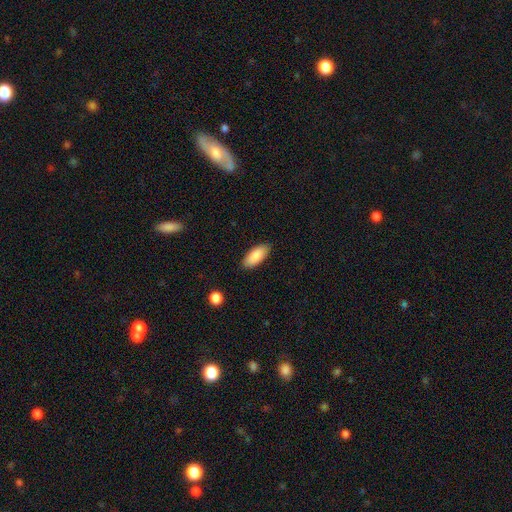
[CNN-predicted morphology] Smooth or featured? Predicted: smooth (p=0.88). How rounded? Predicted: in between (p=0.86). Merging? Predicted: none (p=0.87).